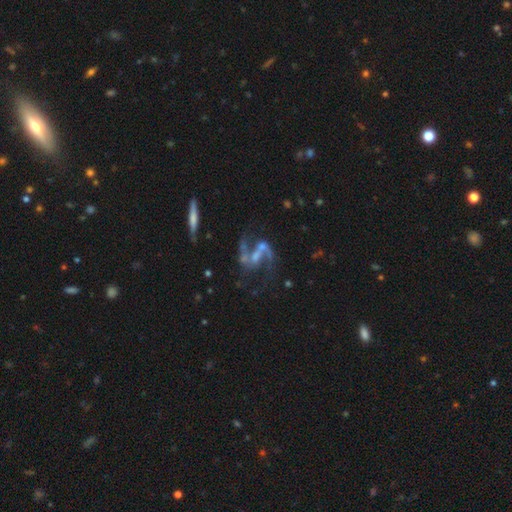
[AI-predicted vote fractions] Overall: featured or disk (85%). Edge-on disk: no (96%). Bar: weak (41%; strong 32%). Spiral arms: yes (91%). Spiral arm count: 2 (88%). Spiral winding: loose (64%; medium 31%). Bulge size: small (36%; none 35%). Merging: none (48%; major disturbance 19%).